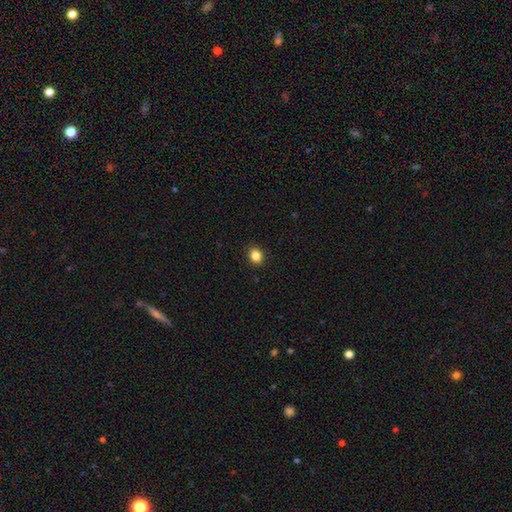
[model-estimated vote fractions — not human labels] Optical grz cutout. It shows a smooth galaxy with no disk features (85%) that is in between round and cigar-shaped (50%). Merging: none (91%).